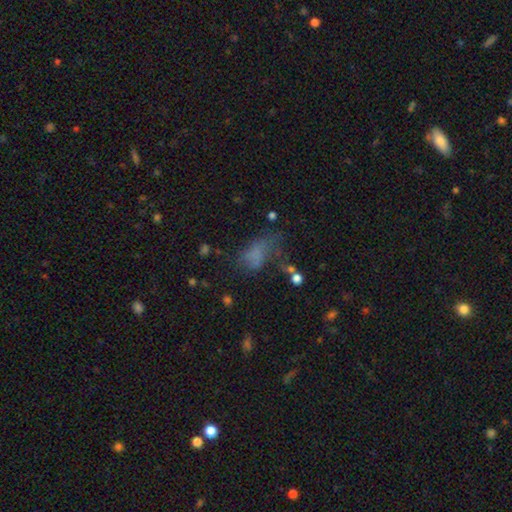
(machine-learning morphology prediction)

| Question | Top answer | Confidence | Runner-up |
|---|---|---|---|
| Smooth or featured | smooth | 57% | featured or disk (22%) |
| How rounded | in between | 82% | round (12%) |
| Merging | major disturbance | 43% | none (27%) |